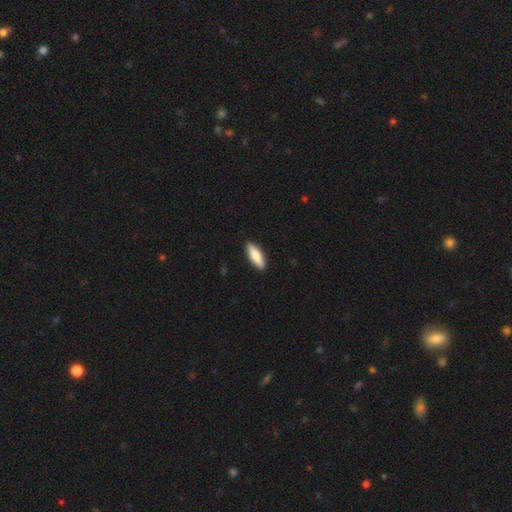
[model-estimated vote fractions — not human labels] Morphology: type=smooth (80%); roundness=in between (49%, tied with cigar-shaped); merging=none (91%).